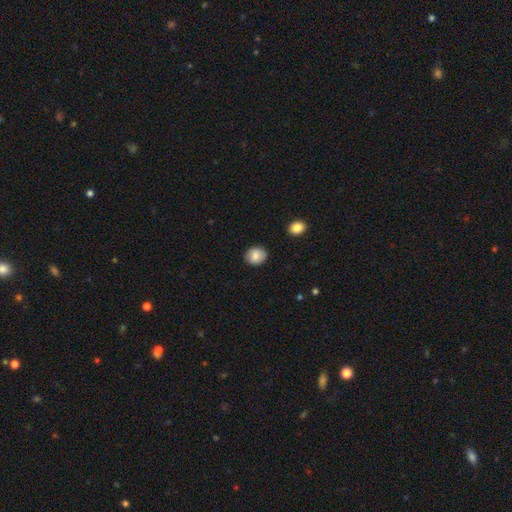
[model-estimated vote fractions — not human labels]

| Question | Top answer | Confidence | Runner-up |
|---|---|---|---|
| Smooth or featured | smooth | 84% | featured or disk (9%) |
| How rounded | round | 68% | in between (31%) |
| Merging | none | 88% | minor disturbance (8%) |